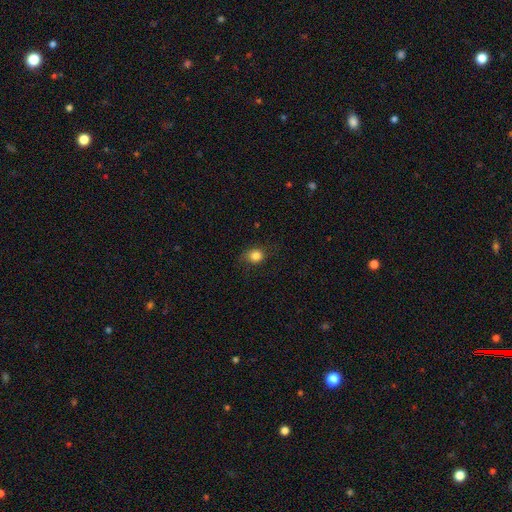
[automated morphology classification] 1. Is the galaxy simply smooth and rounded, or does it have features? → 83% smooth, 11% star or artifact, 6% featured or disk.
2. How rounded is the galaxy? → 67% round, 32% in between, 1% cigar-shaped.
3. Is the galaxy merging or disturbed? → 74% none, 19% minor disturbance, 6% major disturbance, 1% merger.